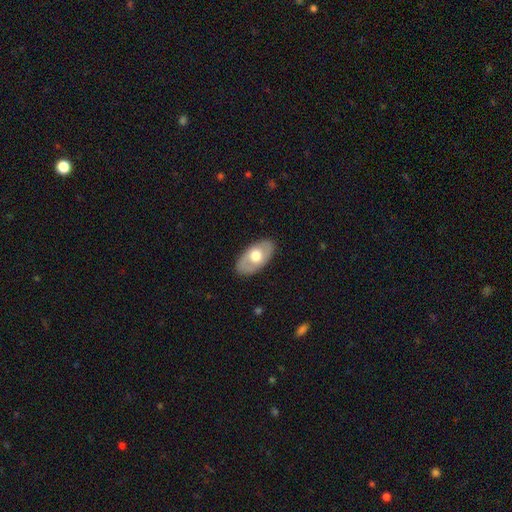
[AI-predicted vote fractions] A smooth galaxy with no disk features (53%) that is in between round and cigar-shaped (93%).

Vote fractions:
- Smooth or featured? smooth: 53% / featured or disk: 42% / star or artifact: 5%
- How rounded? in between: 93% / round: 5% / cigar-shaped: 2%
- Merging? none: 85% / minor disturbance: 11% / major disturbance: 3% / merger: 1%